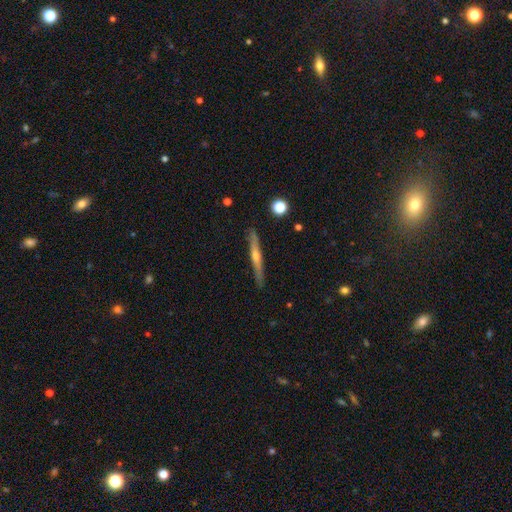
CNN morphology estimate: Q: Smooth or featured?
A: featured or disk (73%); runner-up: smooth (21%)
Q: Edge-on disk?
A: yes (98%); runner-up: no (2%)
Q: Edge-on bulge?
A: rounded (82%); runner-up: none (14%)
Q: Merging?
A: none (90%); runner-up: minor disturbance (7%)